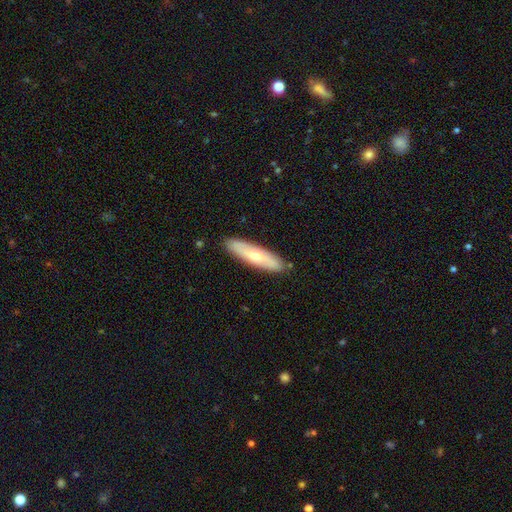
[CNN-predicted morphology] This appears to be a smooth galaxy with no disk features (54%) that is cigar-shaped (75%). Merging: none (88%).